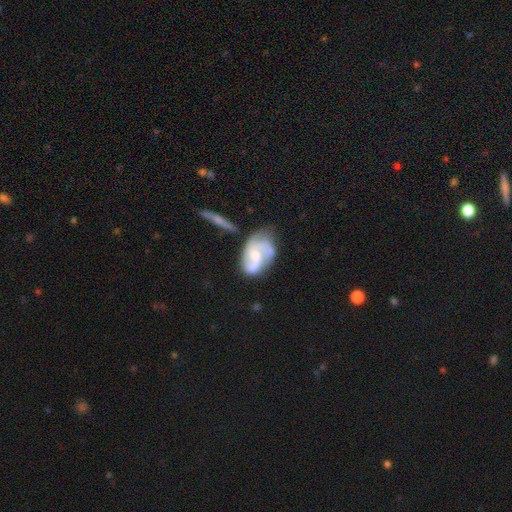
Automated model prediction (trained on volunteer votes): Overall: featured or disk (74%). Edge-on disk: no (97%). Bar: no (55%; weak 37%). Spiral arms: yes (90%). Spiral arm count: 2 (55%; 3 22%). Spiral winding: medium (48%; loose 31%). Bulge size: moderate (46%; small 39%). Merging: none (45%; minor disturbance 26%).